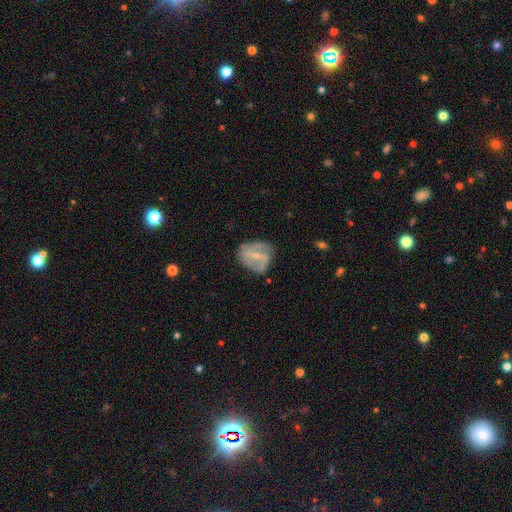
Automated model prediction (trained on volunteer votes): smooth_or_featured: featured or disk (p=0.71) [alt: smooth p=0.23]
disk_edge_on: no (p=0.96) [alt: yes p=0.04]
bar: weak (p=0.44) [alt: strong p=0.35]
has_spiral_arms: yes (p=0.75) [alt: no p=0.25]
spiral_winding: medium (p=0.42) [alt: tight p=0.29]
spiral_arm_count: 2 (p=0.66) [alt: can't tell p=0.18]
bulge_size: small (p=0.58) [alt: moderate p=0.35]
merging: none (p=0.58) [alt: minor disturbance p=0.27]